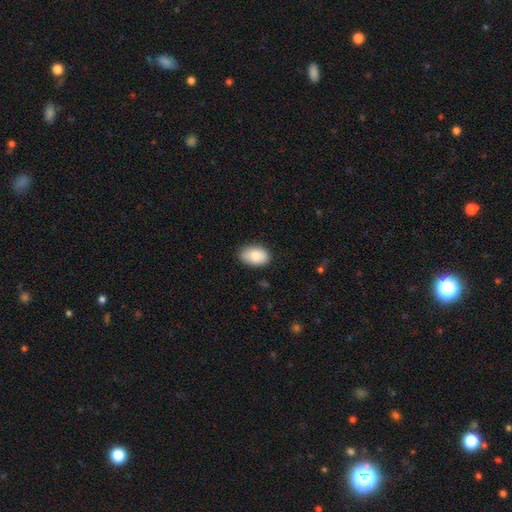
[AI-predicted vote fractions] Smooth or featured? Predicted: smooth (p=0.81). How rounded? Predicted: in between (p=0.89). Merging? Predicted: none (p=0.81).